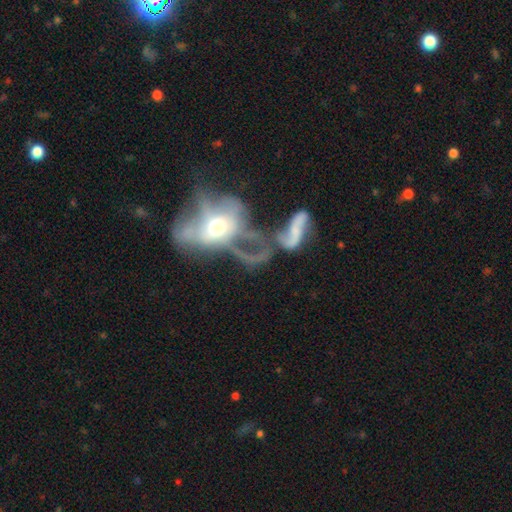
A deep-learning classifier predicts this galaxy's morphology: Overall: featured or disk (64%). Edge-on disk: no (90%). Bar: no (72%). Spiral arms: no (56%; yes 44%). Bulge size: moderate (57%; small 19%). Merging: merger (48%; major disturbance 34%).